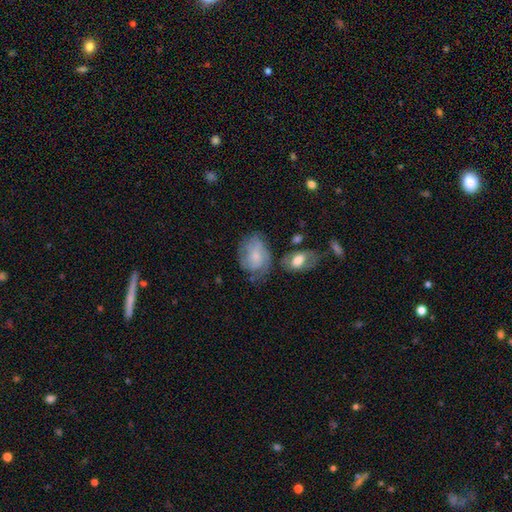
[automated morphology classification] type=featured or disk (50%); edge-on=no (96%); merging=none (53%).